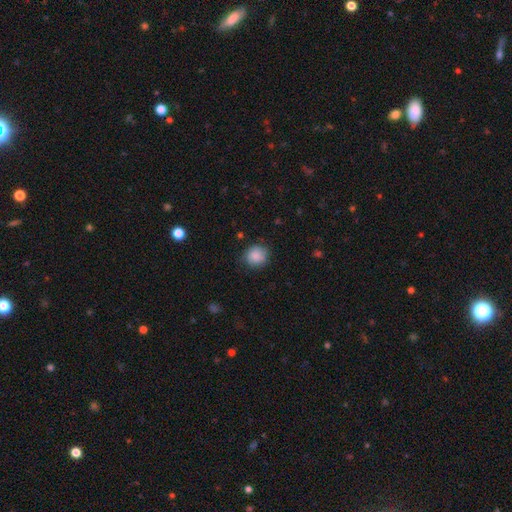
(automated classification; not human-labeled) smooth_or_featured: smooth (p=0.86) [alt: star or artifact p=0.08]
how_rounded: round (p=0.86) [alt: in between p=0.13]
merging: none (p=0.81) [alt: minor disturbance p=0.15]